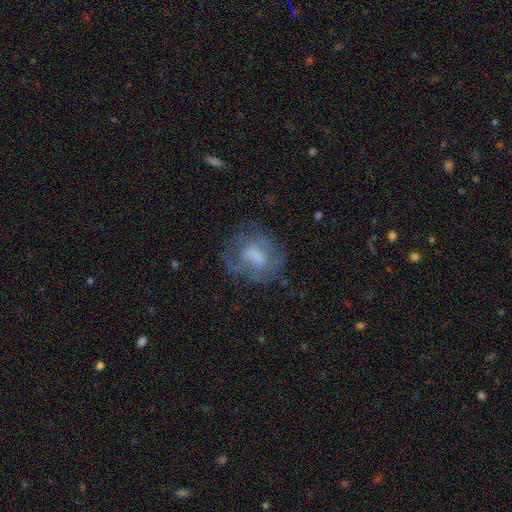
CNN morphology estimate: smooth-or-featured: smooth: 47% | featured or disk: 42% | star or artifact: 10%
  merging: none: 56% | minor disturbance: 23% | major disturbance: 19% | merger: 2%